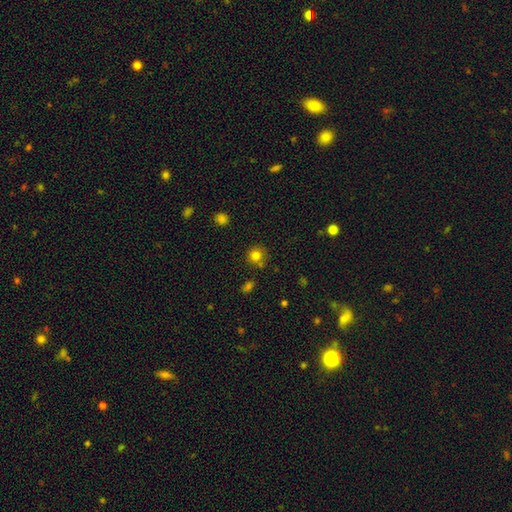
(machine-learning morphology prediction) Smooth or featured? smooth (80%)
How rounded? round (89%)
Merging? none (74%)